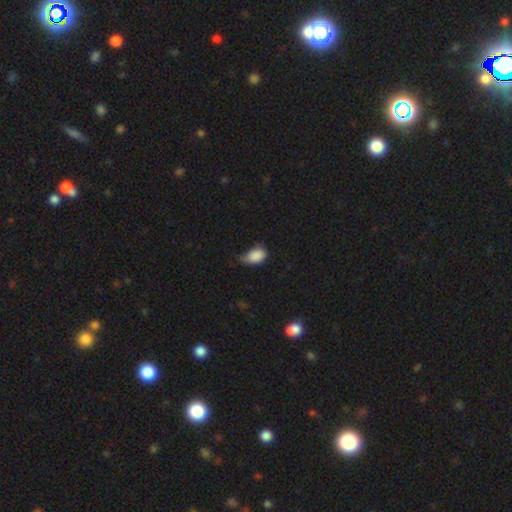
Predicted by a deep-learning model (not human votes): This appears to be a smooth galaxy with no disk features (86%) that is in between round and cigar-shaped (83%). Merging: minor disturbance (48%).